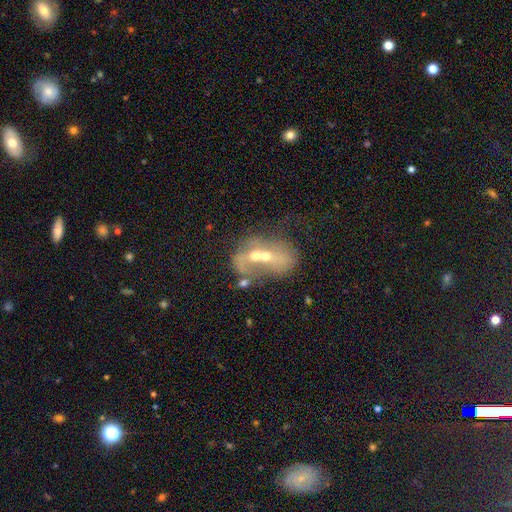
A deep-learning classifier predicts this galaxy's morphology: Q: Smooth or featured?
A: featured or disk (50%); runner-up: smooth (38%)
Q: Edge-on disk?
A: no (95%); runner-up: yes (5%)
Q: Merging?
A: merger (72%); runner-up: none (11%)